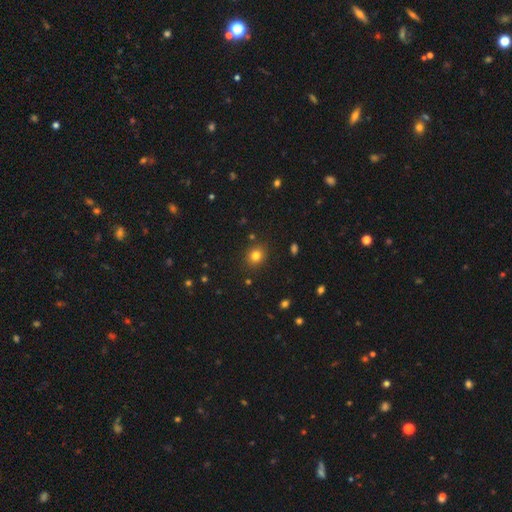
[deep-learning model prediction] smooth_or_featured: smooth (p=0.80) [alt: star or artifact p=0.14]
how_rounded: round (p=0.77) [alt: in between p=0.22]
merging: none (p=0.88) [alt: minor disturbance p=0.08]